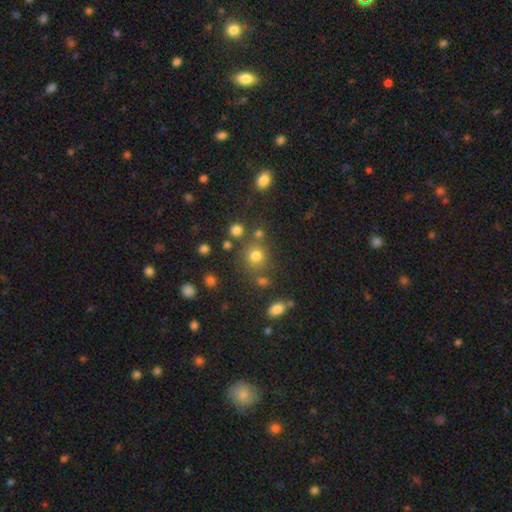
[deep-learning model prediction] The model was most divided on "smooth or featured": smooth: 75%, star or artifact: 17%, featured or disk: 8%. More confident: how rounded — round (87%); merging — none (74%).